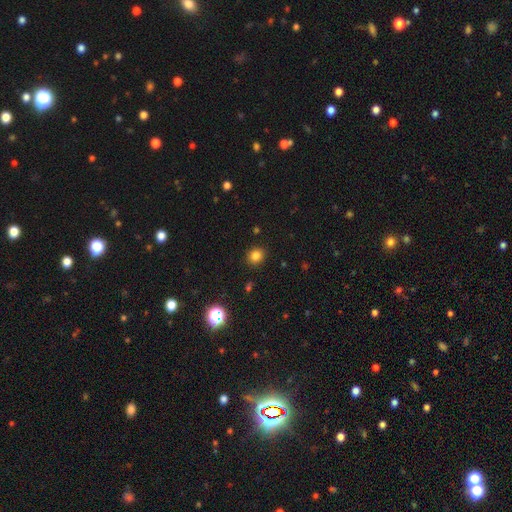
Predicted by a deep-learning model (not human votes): A smooth galaxy with no disk features (81%) that is round (83%). Merging: none (90%).